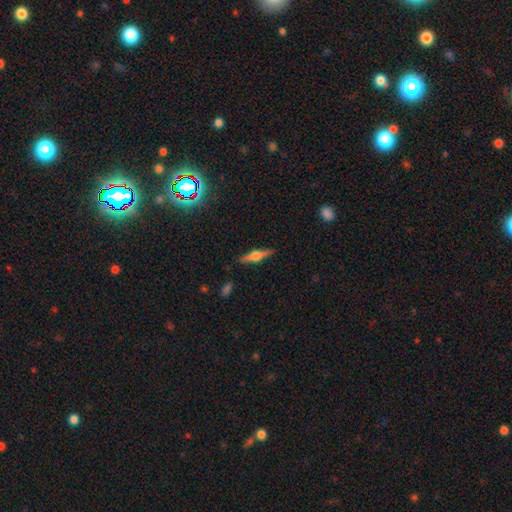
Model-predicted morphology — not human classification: type=featured or disk (68%); edge-on=yes (97%); edge-on bulge=rounded (92%); merging=none (89%).